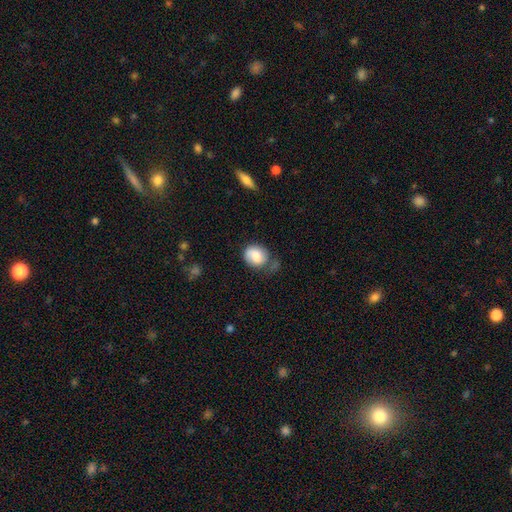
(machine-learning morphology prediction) Smooth or featured? Predicted: smooth (p=0.68). How rounded? Predicted: round (p=0.59). Merging? Predicted: none (p=0.51).